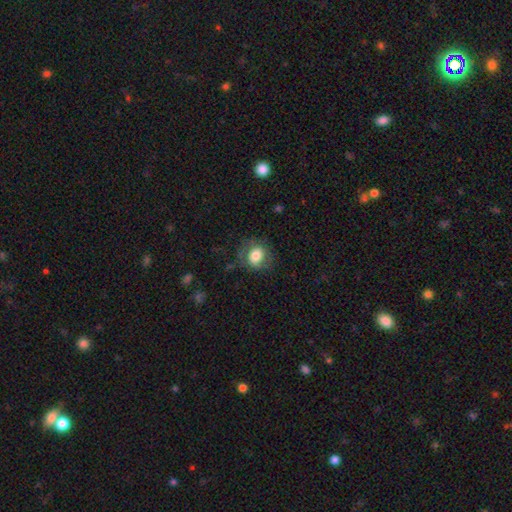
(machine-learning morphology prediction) A smooth galaxy with no disk features (72%) that is round (68%). Merging: none (63%).